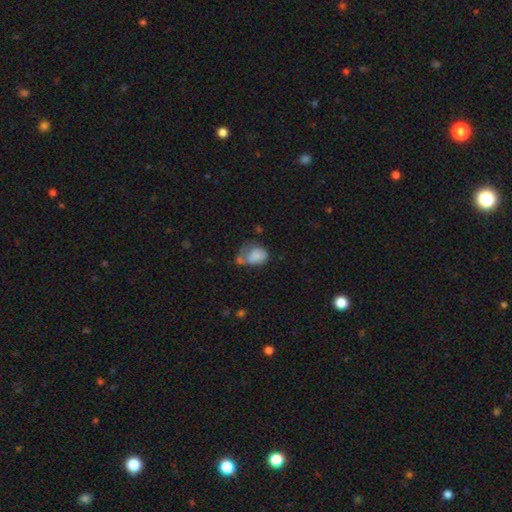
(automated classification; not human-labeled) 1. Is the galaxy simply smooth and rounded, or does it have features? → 76% smooth, 15% featured or disk, 9% star or artifact.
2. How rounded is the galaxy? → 67% in between, 32% round, 1% cigar-shaped.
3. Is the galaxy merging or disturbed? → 30% major disturbance, 29% minor disturbance, 24% none, 17% merger.